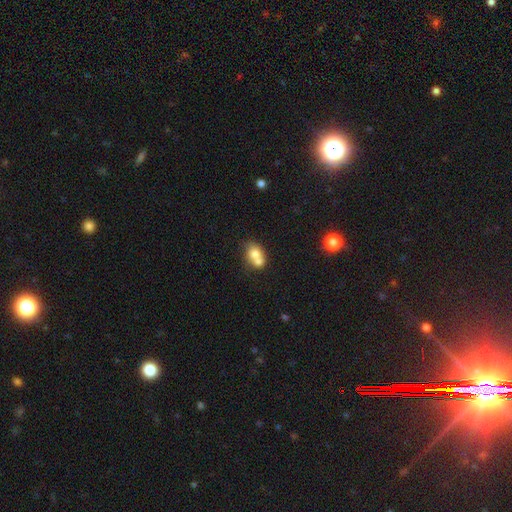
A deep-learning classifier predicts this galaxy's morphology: This is likely a smooth galaxy (72%). How rounded: possibly in between (54%). Merging: likely merger (63%).